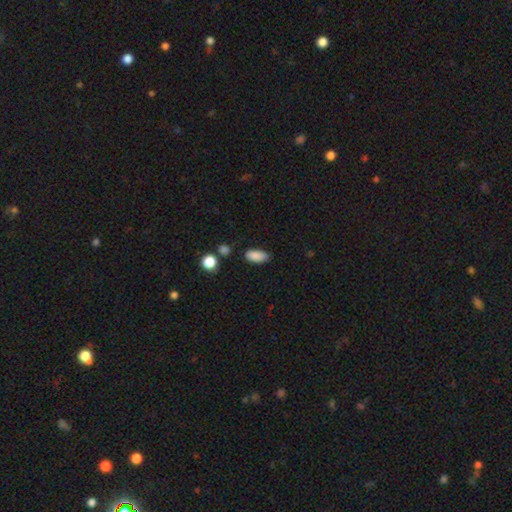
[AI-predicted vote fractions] Smooth or featured?
  - smooth: 87% *
  - star or artifact: 8%
  - featured or disk: 5%
How rounded?
  - in between: 88% *
  - cigar-shaped: 9%
  - round: 3%
Merging?
  - none: 80% *
  - minor disturbance: 14%
  - merger: 3%
  - major disturbance: 3%